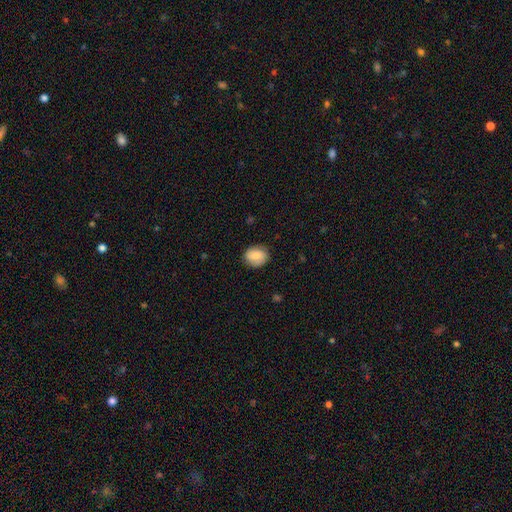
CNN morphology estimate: This appears to be a smooth galaxy with no disk features (77%) that is round (55%). Merging: none (81%).